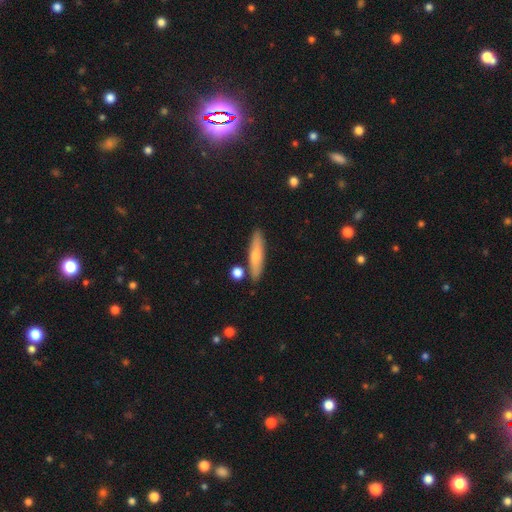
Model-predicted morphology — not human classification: Smooth or featured?
  - smooth: 64% *
  - featured or disk: 30%
  - star or artifact: 6%
How rounded?
  - cigar-shaped: 80% *
  - in between: 18%
  - round: 2%
Merging?
  - none: 85% *
  - minor disturbance: 9%
  - merger: 4%
  - major disturbance: 2%